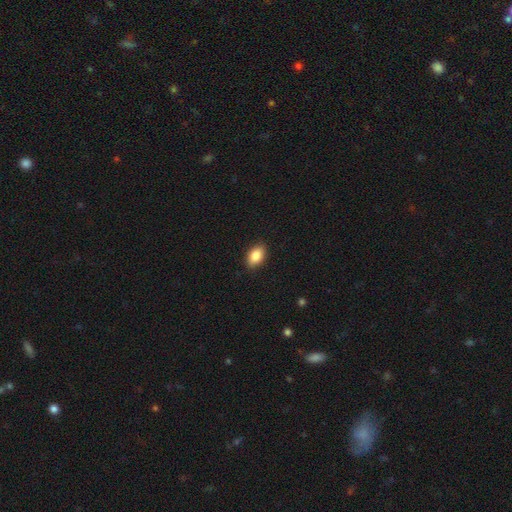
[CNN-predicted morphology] smooth 87%, star or artifact 7%, featured or disk 6%. Down the decision tree: how rounded — in between (90%); merging — none (89%).